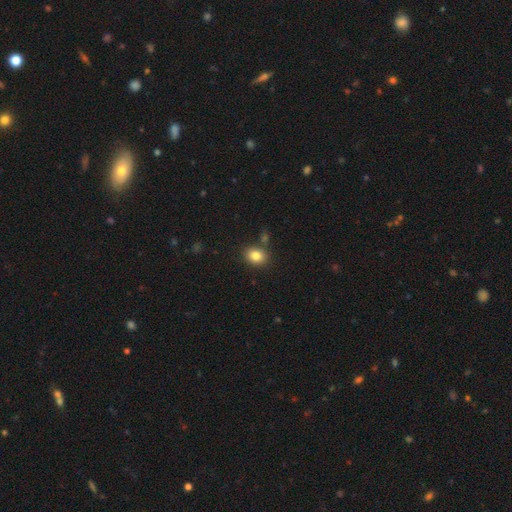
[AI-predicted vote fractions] A smooth galaxy with no disk features (83%) that is in between round and cigar-shaped (51%).

Vote fractions:
- Smooth or featured? smooth: 83% / star or artifact: 10% / featured or disk: 7%
- How rounded? in between: 51% / round: 48% / cigar-shaped: 1%
- Merging? none: 80% / minor disturbance: 10% / merger: 7% / major disturbance: 3%